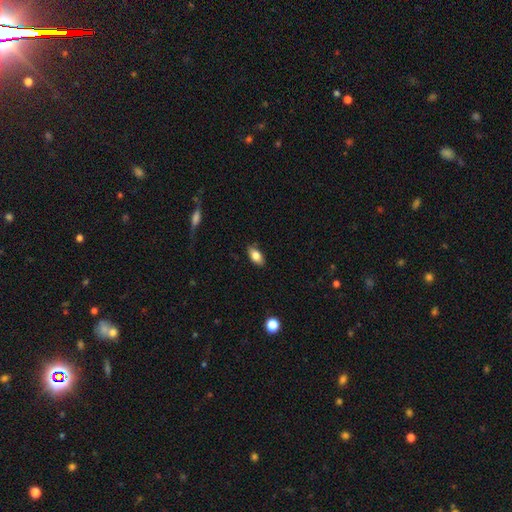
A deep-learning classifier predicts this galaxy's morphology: This is likely a smooth galaxy (79%). How rounded: clearly in between (89%). Merging: clearly none (84%).